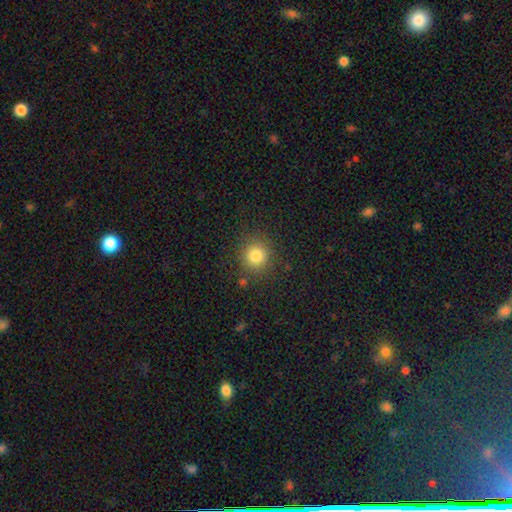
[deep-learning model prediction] smooth-or-featured: smooth: 81% | star or artifact: 13% | featured or disk: 6%
  how-rounded: round: 91% | in between: 8% | cigar-shaped: 1%
  merging: none: 86% | minor disturbance: 8% | major disturbance: 3% | merger: 2%